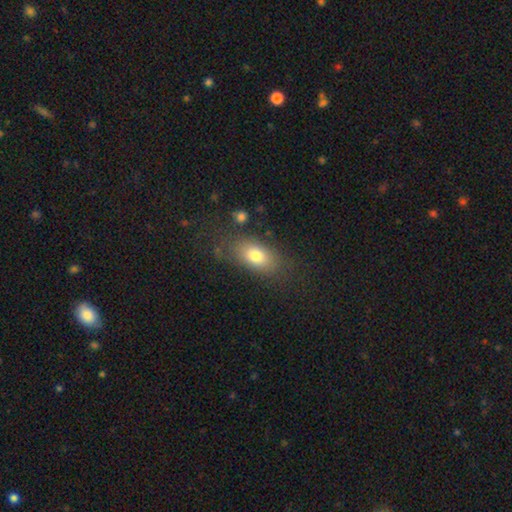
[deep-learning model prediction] smooth-or-featured: smooth: 77% | featured or disk: 14% | star or artifact: 9%
  how-rounded: in between: 86% | round: 10% | cigar-shaped: 5%
  merging: none: 73% | minor disturbance: 16% | major disturbance: 8% | merger: 3%